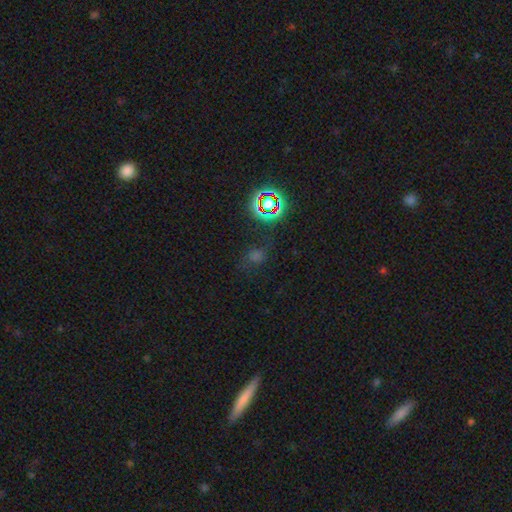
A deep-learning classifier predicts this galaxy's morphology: This is possibly a star or artifact rather than a galaxy (53%).